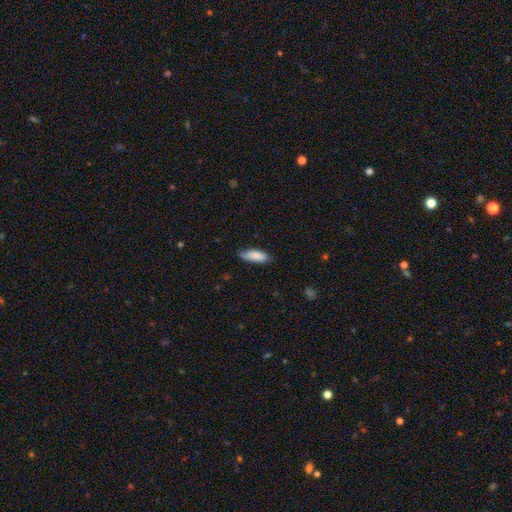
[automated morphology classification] The model was most divided on "merging": none: 68%, minor disturbance: 27%, major disturbance: 4%, merger: 1%. More confident: smooth or featured — smooth (84%); how rounded — in between (74%).